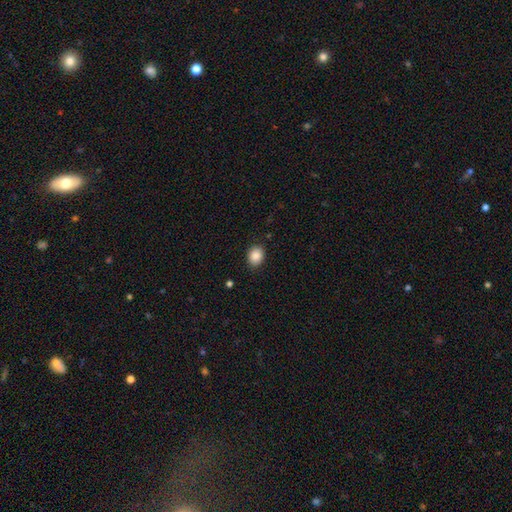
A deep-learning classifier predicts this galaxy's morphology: A smooth galaxy with no disk features (88%) that is in between round and cigar-shaped (53%).

Vote fractions:
- Smooth or featured? smooth: 88% / star or artifact: 8% / featured or disk: 4%
- How rounded? in between: 53% / round: 46% / cigar-shaped: 1%
- Merging? none: 87% / minor disturbance: 9% / major disturbance: 2% / merger: 1%